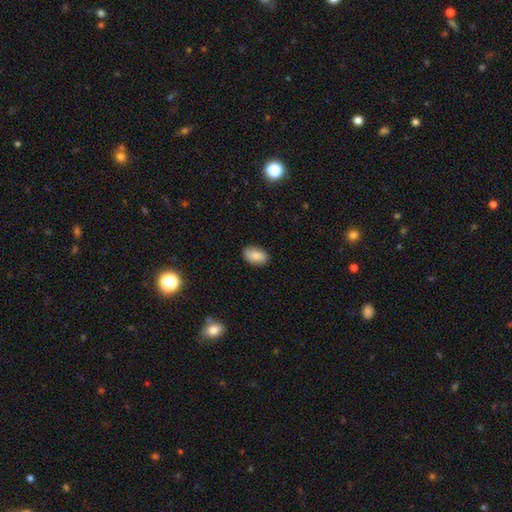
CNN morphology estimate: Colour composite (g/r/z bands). It shows a smooth galaxy with no disk features (87%) that is in between round and cigar-shaped (93%). Merging: none (87%).